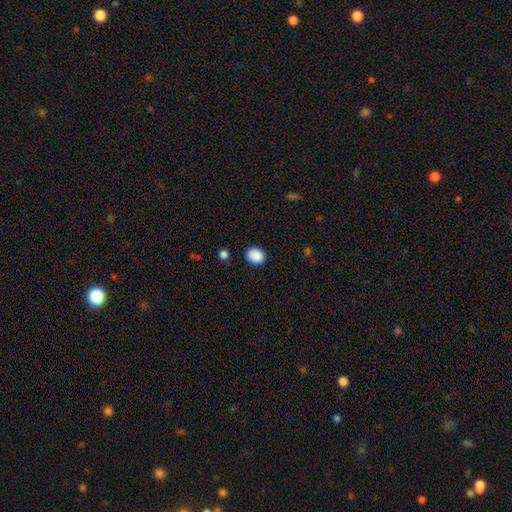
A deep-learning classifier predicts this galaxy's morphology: Q: Smooth or featured?
A: smooth (89%); runner-up: star or artifact (8%)
Q: How rounded?
A: round (61%); runner-up: in between (39%)
Q: Merging?
A: none (88%); runner-up: minor disturbance (8%)